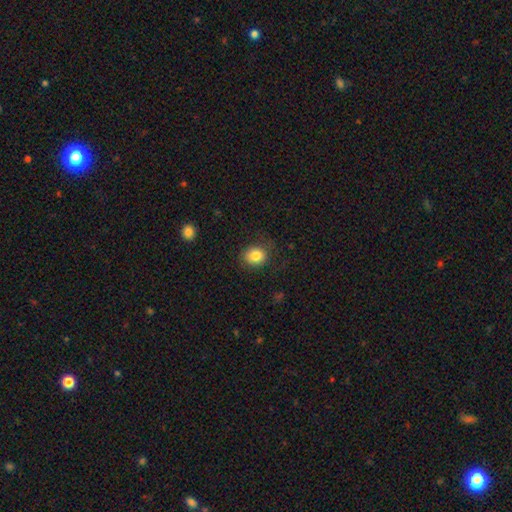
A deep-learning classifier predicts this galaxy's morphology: smooth 83%, star or artifact 10%, featured or disk 7%. Down the decision tree: how rounded — round (66%); merging — none (79%).